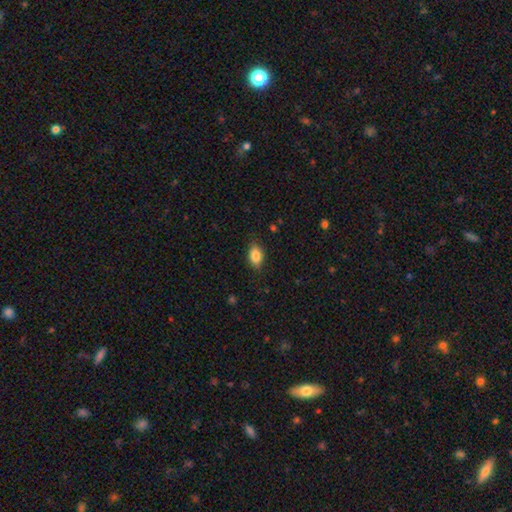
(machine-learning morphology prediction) This is clearly a smooth galaxy (85%). How rounded: clearly in between (86%). Merging: clearly none (85%).